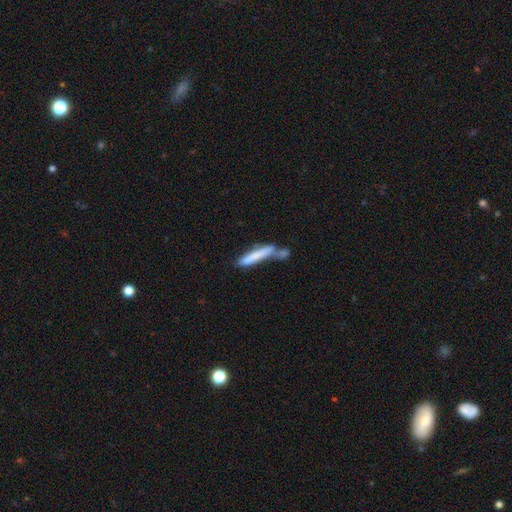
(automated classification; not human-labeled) Smooth or featured?
  - smooth: 69% *
  - featured or disk: 24%
  - star or artifact: 7%
How rounded?
  - cigar-shaped: 91% *
  - in between: 7%
  - round: 2%
Merging?
  - none: 37% *
  - merger: 35%
  - minor disturbance: 18%
  - major disturbance: 10%